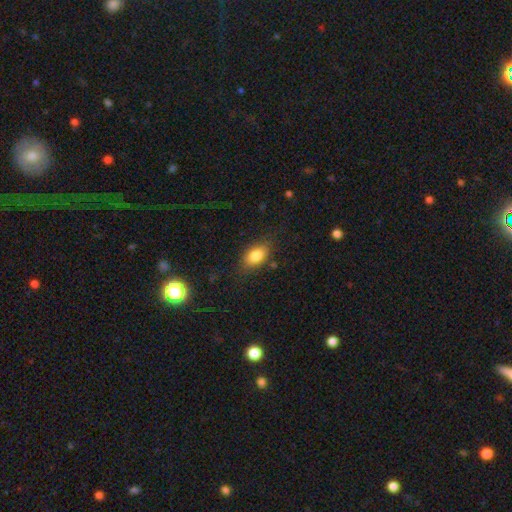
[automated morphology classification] Q: Smooth or featured?
A: smooth (81%); runner-up: featured or disk (11%)
Q: How rounded?
A: in between (85%); runner-up: round (12%)
Q: Merging?
A: none (78%); runner-up: minor disturbance (16%)